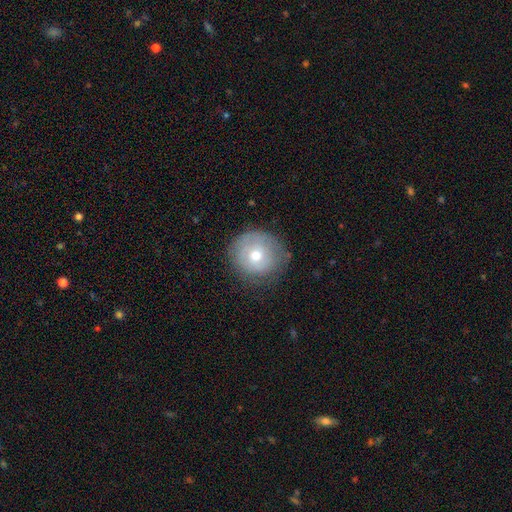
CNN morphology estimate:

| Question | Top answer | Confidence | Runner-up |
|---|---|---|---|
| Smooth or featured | smooth | 54% | featured or disk (37%) |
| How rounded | round | 91% | in between (8%) |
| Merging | none | 75% | minor disturbance (18%) |